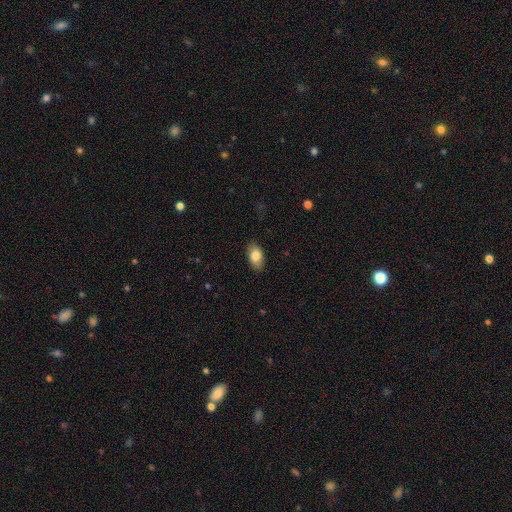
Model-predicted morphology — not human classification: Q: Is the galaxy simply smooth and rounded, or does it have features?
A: smooth — 82%.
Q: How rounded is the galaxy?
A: in between — 92%.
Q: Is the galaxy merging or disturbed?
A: none — 87%.